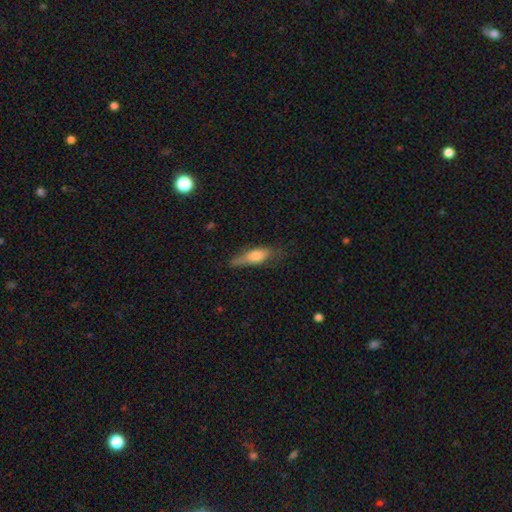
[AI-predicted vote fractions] Smooth or featured? smooth (62%)
How rounded? cigar-shaped (56%)
Merging? none (59%)